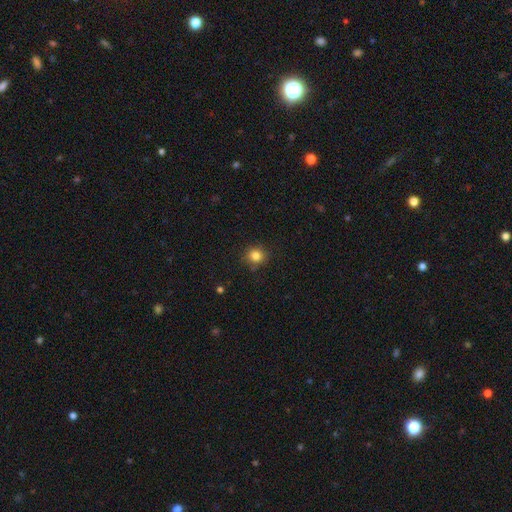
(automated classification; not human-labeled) The model was most divided on "smooth or featured": smooth: 83%, star or artifact: 12%, featured or disk: 5%. More confident: how rounded — round (91%); merging — none (85%).